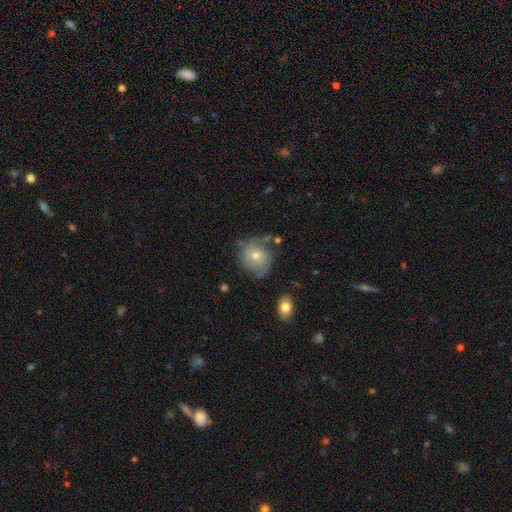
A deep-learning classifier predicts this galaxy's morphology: Overall: smooth (53%; featured or disk 38%). How rounded: round (83%). Merging: none (63%).